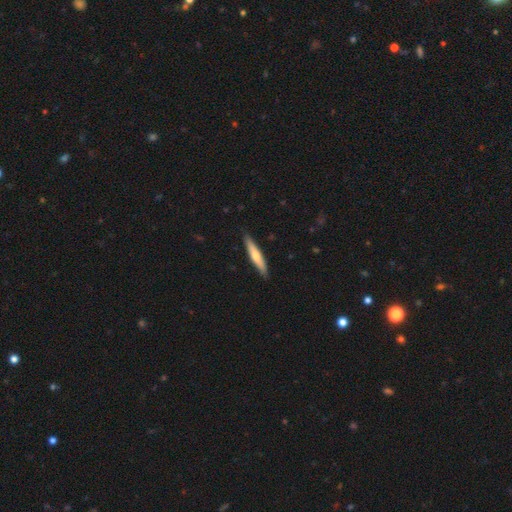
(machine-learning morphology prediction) Q: Smooth or featured?
A: smooth (55%); runner-up: featured or disk (40%)
Q: How rounded?
A: cigar-shaped (89%); runner-up: in between (10%)
Q: Merging?
A: none (89%); runner-up: minor disturbance (8%)